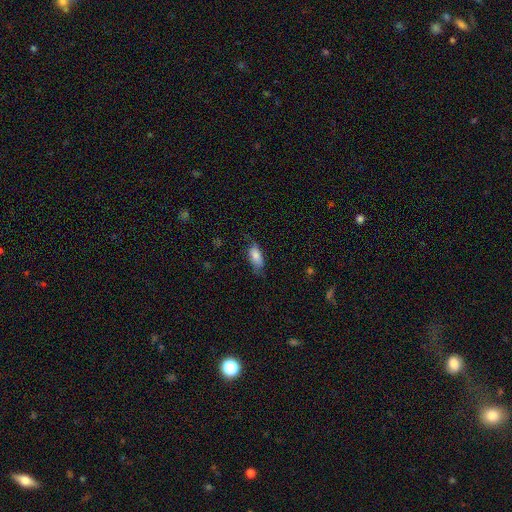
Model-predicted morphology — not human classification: smooth_or_featured: smooth (p=0.80) [alt: featured or disk p=0.13]
how_rounded: in between (p=0.83) [alt: cigar-shaped p=0.14]
merging: none (p=0.65) [alt: minor disturbance p=0.26]